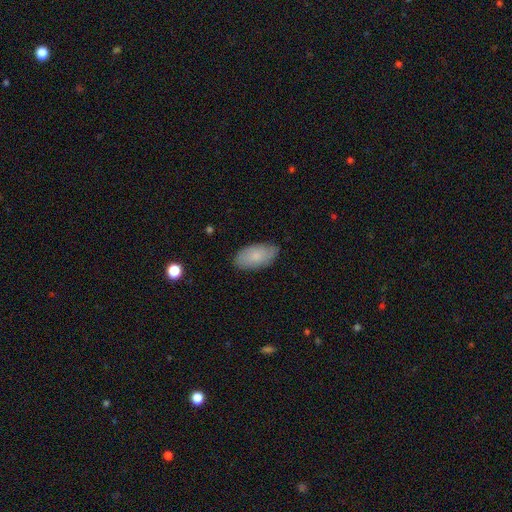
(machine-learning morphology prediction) The model was most divided on "merging": none: 78%, minor disturbance: 18%, major disturbance: 3%, merger: 1%. More confident: how rounded — in between (94%); smooth or featured — smooth (78%).